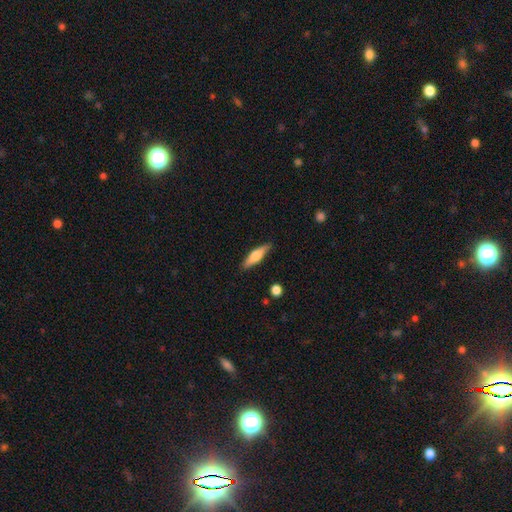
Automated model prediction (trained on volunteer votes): smooth_or_featured: smooth (p=0.57) [alt: featured or disk p=0.37]
how_rounded: cigar-shaped (p=0.65) [alt: in between p=0.33]
merging: none (p=0.87) [alt: minor disturbance p=0.10]